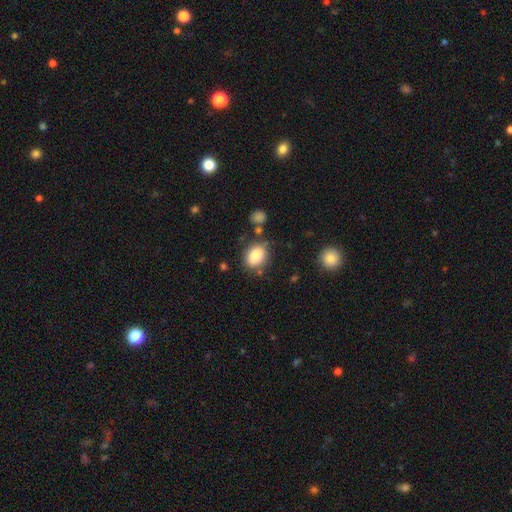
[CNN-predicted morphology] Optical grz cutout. It shows a smooth galaxy with no disk features (85%) that is in between round and cigar-shaped (58%). Merging: none (74%).